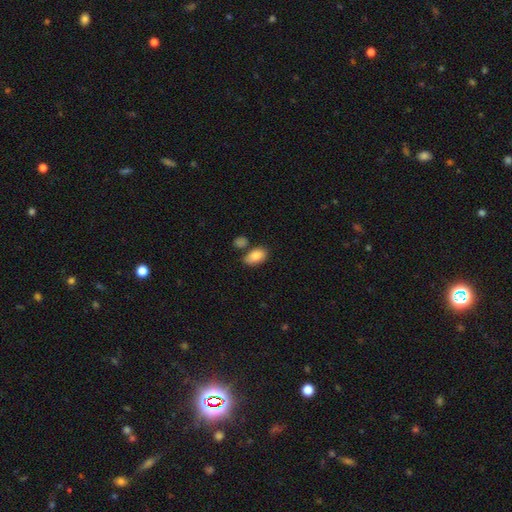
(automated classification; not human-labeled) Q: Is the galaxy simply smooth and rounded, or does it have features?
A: smooth — 85%.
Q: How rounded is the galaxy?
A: in between — 91%.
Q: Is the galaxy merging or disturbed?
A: none — 63%.